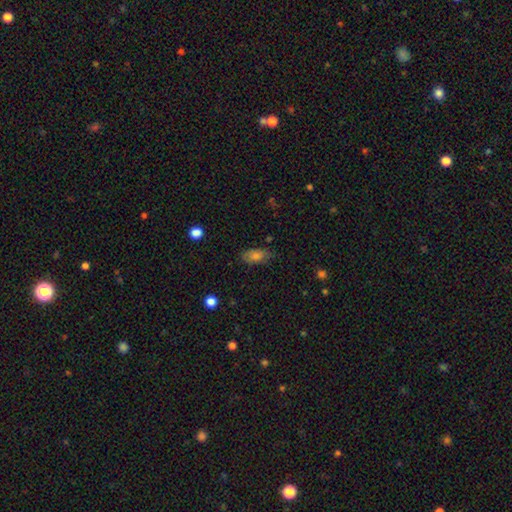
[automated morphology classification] Smooth or featured? Predicted: smooth (p=0.74). How rounded? Predicted: in between (p=0.87). Merging? Predicted: none (p=0.75).